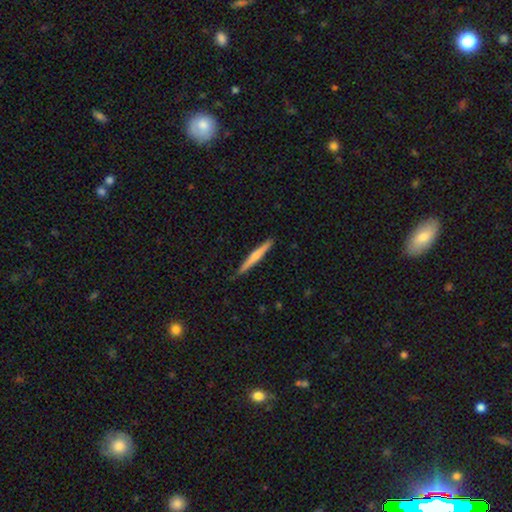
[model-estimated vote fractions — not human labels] smooth-or-featured: smooth: 49% | featured or disk: 46% | star or artifact: 5%
  merging: none: 87% | minor disturbance: 10% | major disturbance: 1% | merger: 1%